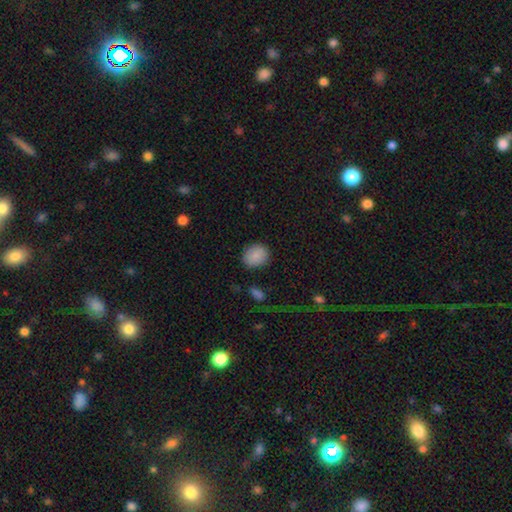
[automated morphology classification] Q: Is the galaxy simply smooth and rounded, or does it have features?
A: smooth — 87%.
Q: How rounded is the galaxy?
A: round — 67%.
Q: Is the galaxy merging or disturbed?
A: none — 87%.